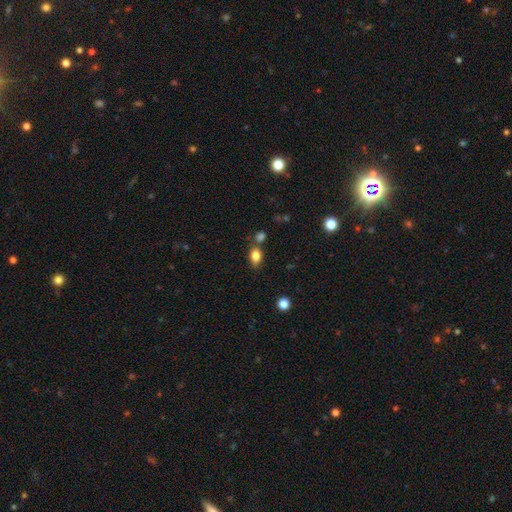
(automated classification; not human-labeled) This is clearly a smooth galaxy (82%). How rounded: clearly in between (81%). Merging: likely none (67%).